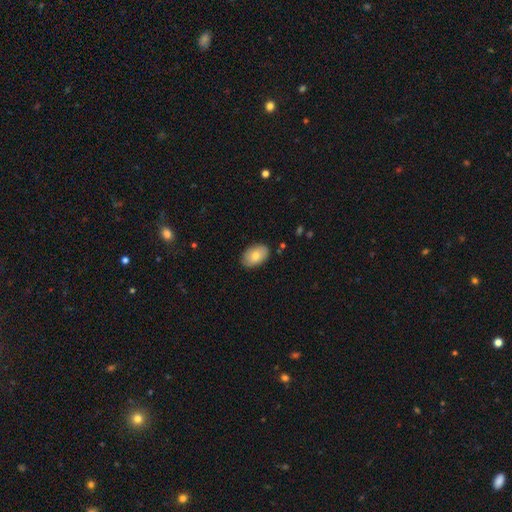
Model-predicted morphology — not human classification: This appears to be a smooth galaxy with no disk features (76%) that is in between round and cigar-shaped (90%). Merging: none (85%).